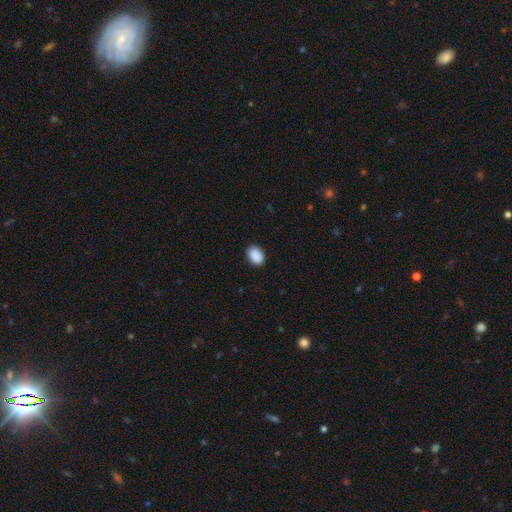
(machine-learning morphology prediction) A smooth galaxy with no disk features (90%) that is in between round and cigar-shaped (79%). Merging: none (88%).